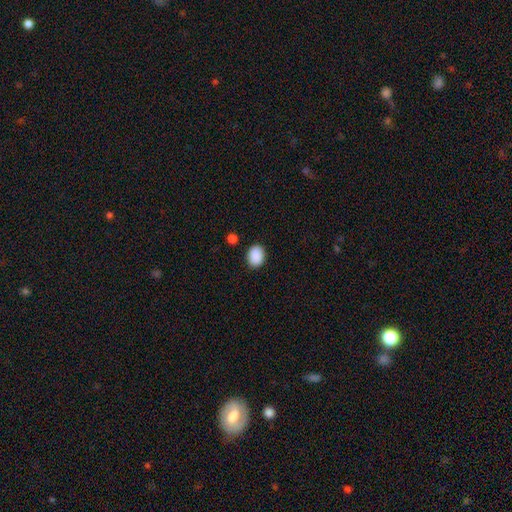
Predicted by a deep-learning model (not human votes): smooth-or-featured: smooth: 90% | star or artifact: 7% | featured or disk: 3%
  how-rounded: in between: 69% | round: 30% | cigar-shaped: 1%
  merging: none: 87% | minor disturbance: 9% | major disturbance: 2% | merger: 2%